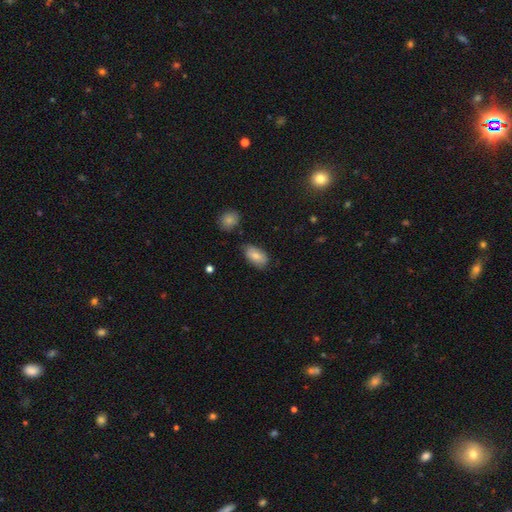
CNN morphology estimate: The model was most divided on "merging": none: 72%, minor disturbance: 21%, major disturbance: 4%, merger: 3%. More confident: how rounded — in between (93%); smooth or featured — smooth (80%).